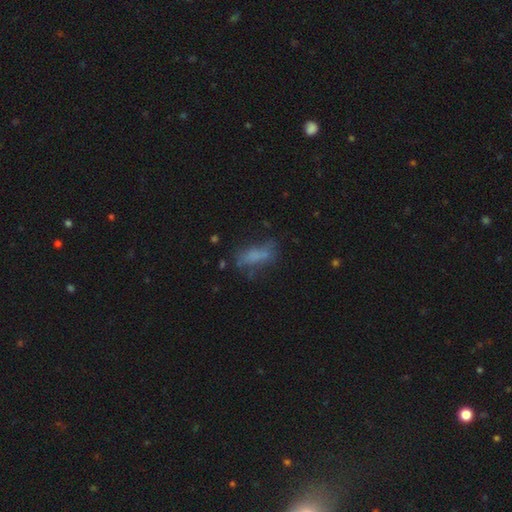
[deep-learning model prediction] This is possibly a smooth galaxy (56%). How rounded: likely in between (67%). Merging: possibly none (47%).